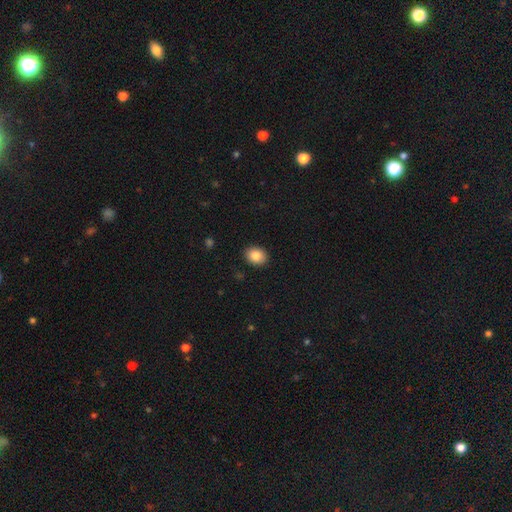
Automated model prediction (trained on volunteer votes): Smooth or featured? Predicted: smooth (p=0.85). How rounded? Predicted: round (p=0.50). Merging? Predicted: none (p=0.90).